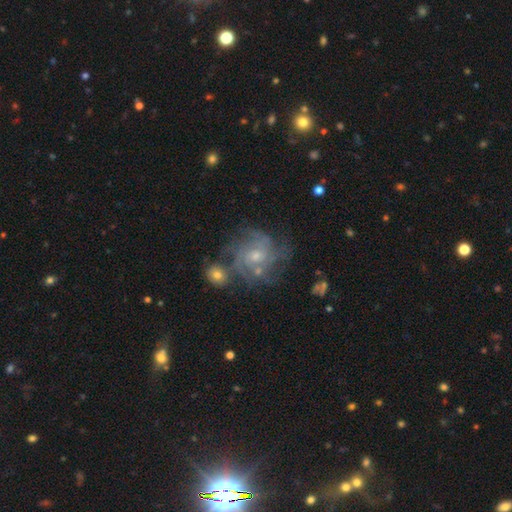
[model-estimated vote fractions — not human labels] Smooth or featured? featured or disk (74%)
Edge-on disk? no (97%)
Bar? no (68%)
Spiral arms? yes (91%)
Spiral winding? tight (50%)
Spiral arm count? can't tell (36%)
Bulge size? small (55%)
Merging? none (63%)